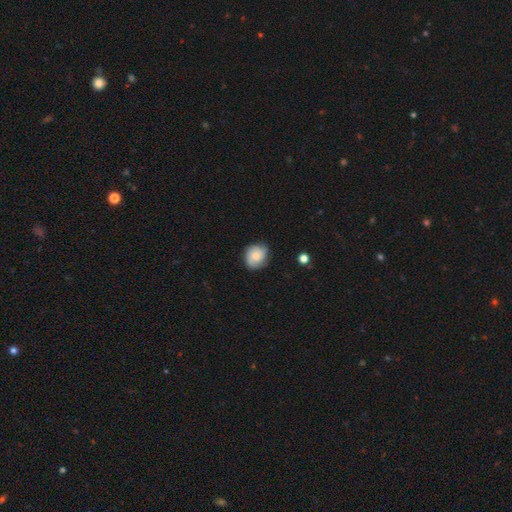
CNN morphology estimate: Smooth or featured? smooth (50%)
How rounded? round (70%)
Merging? none (73%)